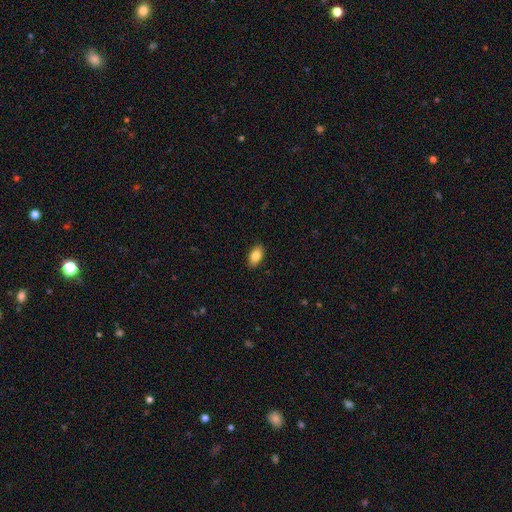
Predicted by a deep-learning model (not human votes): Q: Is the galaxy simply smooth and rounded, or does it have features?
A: smooth — 83%.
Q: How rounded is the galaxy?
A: in between — 91%.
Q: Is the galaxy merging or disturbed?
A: none — 89%.